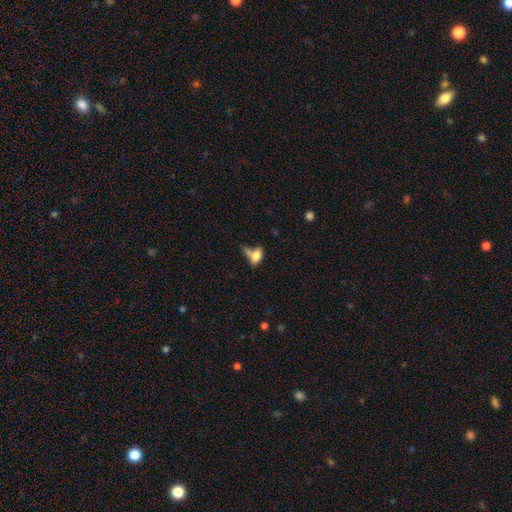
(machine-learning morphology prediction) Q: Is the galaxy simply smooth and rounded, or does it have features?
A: smooth — 73%.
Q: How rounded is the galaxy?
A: in between — 84%.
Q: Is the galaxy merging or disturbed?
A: merger — 35%.